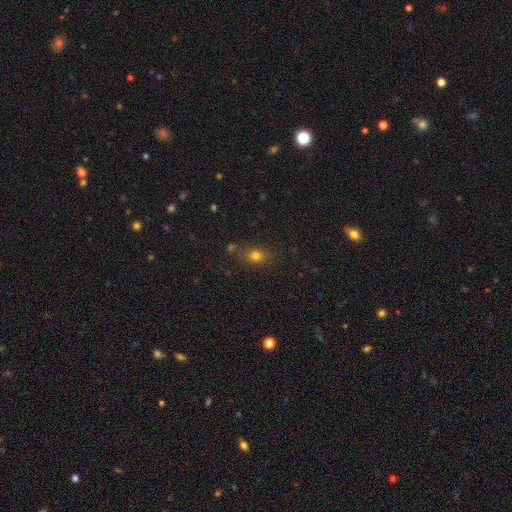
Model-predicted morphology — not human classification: Overall: smooth (74%). How rounded: in between (52%; round 45%). Merging: none (75%).